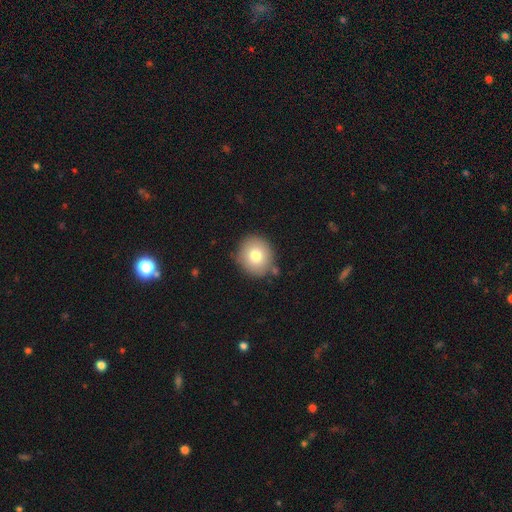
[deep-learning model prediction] A smooth galaxy with no disk features (77%) that is round (87%). Merging: none (83%).